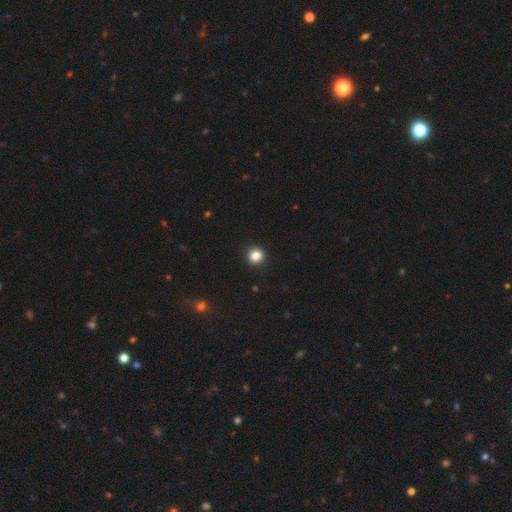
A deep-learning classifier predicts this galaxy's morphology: Smooth or featured? smooth (84%)
How rounded? round (91%)
Merging? none (92%)